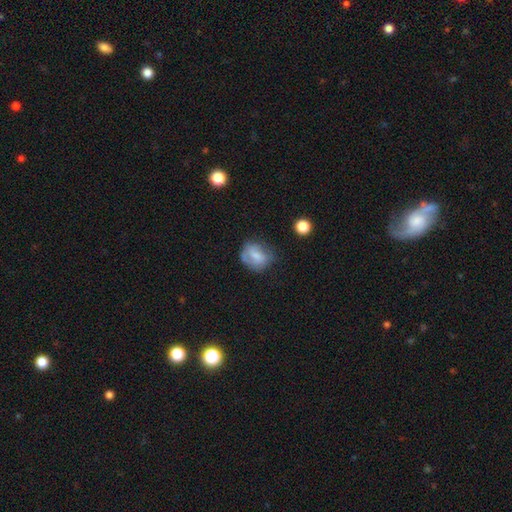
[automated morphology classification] smooth_or_featured: smooth (p=0.57) [alt: featured or disk p=0.35]
how_rounded: round (p=0.55) [alt: in between p=0.43]
merging: none (p=0.53) [alt: minor disturbance p=0.30]